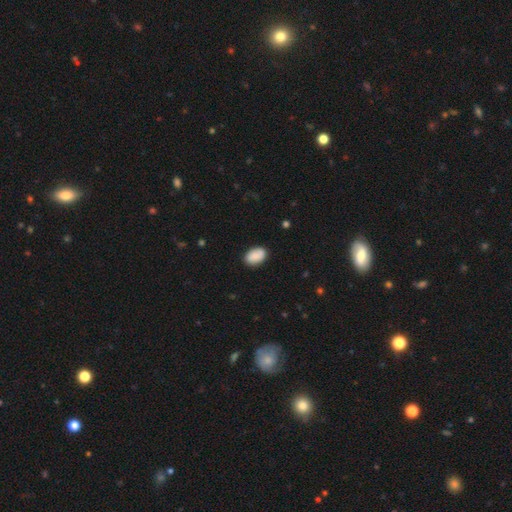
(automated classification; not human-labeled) smooth 87%, star or artifact 7%, featured or disk 6%. Down the decision tree: how rounded — in between (88%); merging — none (85%).